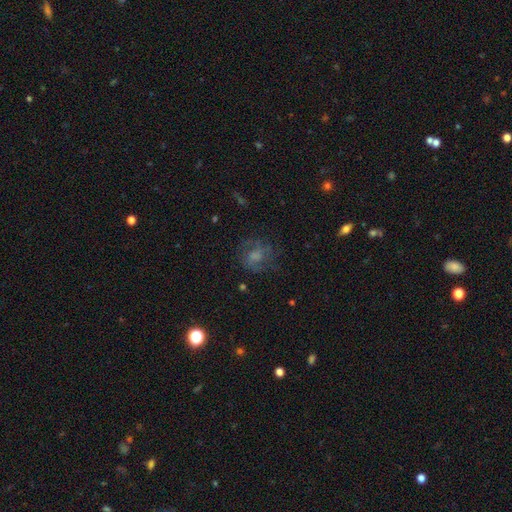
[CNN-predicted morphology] featured or disk 43%, smooth 41%, star or artifact 16%. Down the decision tree: merging — none (62%).